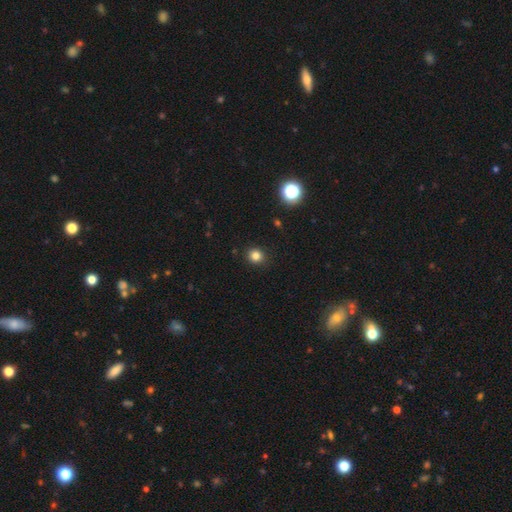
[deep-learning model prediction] smooth-or-featured: smooth: 82% | star or artifact: 13% | featured or disk: 5%
  how-rounded: round: 86% | in between: 13% | cigar-shaped: 1%
  merging: none: 90% | minor disturbance: 7% | major disturbance: 2% | merger: 1%